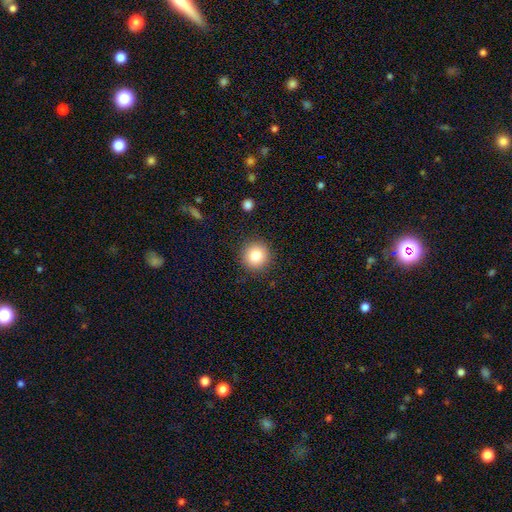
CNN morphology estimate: Smooth or featured? smooth (82%)
How rounded? round (94%)
Merging? none (90%)